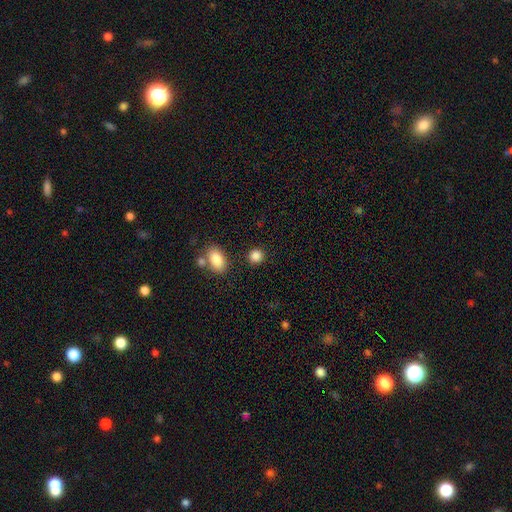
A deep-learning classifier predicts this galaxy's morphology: smooth 87%, star or artifact 10%, featured or disk 4%. Down the decision tree: how rounded — round (82%); merging — none (84%).